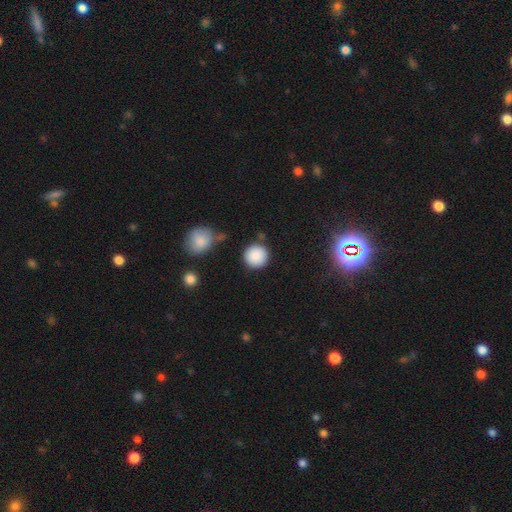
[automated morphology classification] A smooth galaxy with no disk features (89%) that is round (95%).

Vote fractions:
- Smooth or featured? smooth: 89% / star or artifact: 8% / featured or disk: 4%
- How rounded? round: 95% / in between: 4% / cigar-shaped: 1%
- Merging? none: 83% / minor disturbance: 9% / merger: 5% / major disturbance: 3%